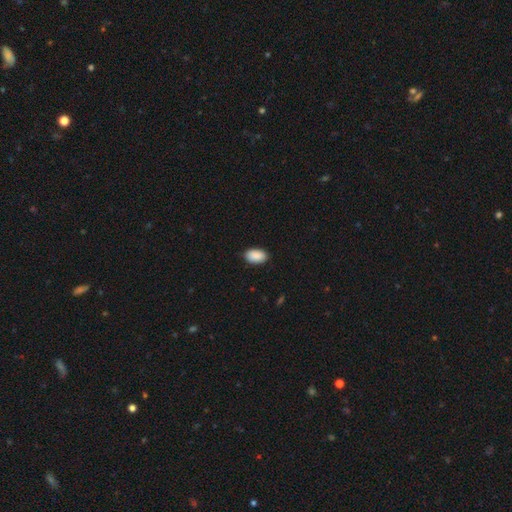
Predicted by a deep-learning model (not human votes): Smooth or featured? smooth (91%)
How rounded? in between (93%)
Merging? none (89%)